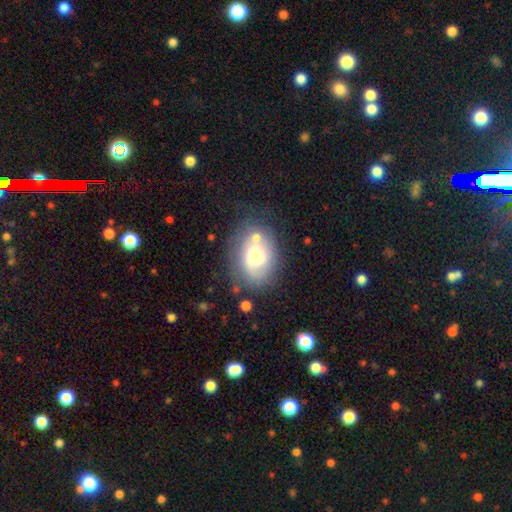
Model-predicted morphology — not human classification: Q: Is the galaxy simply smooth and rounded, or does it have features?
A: featured or disk — 53%.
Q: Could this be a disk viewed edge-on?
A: no — 96%.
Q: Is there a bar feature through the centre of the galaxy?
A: no — 78%.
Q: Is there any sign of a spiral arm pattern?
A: yes — 73%.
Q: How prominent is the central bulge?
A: small — 45%.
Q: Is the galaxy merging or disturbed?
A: none — 55%.